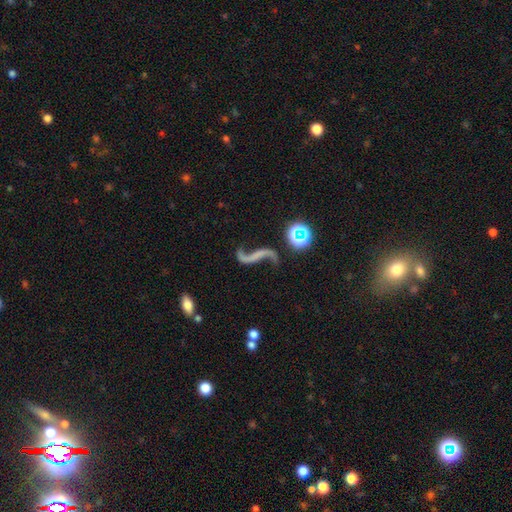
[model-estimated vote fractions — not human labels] Smooth or featured? Predicted: featured or disk (p=0.80). Edge-on disk? Predicted: no (p=0.94). Bar? Predicted: no (p=0.50). Spiral arms? Predicted: yes (p=0.92). Spiral winding? Predicted: loose (p=0.95). Spiral arm count? Predicted: 2 (p=0.91). Bulge size? Predicted: none (p=0.69). Merging? Predicted: none (p=0.63).